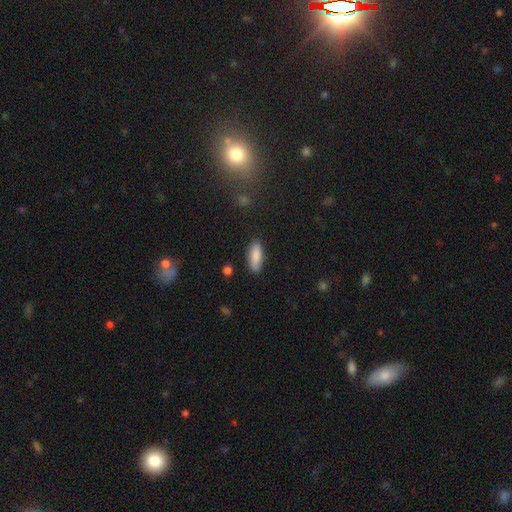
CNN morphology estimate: smooth 86%, featured or disk 8%, star or artifact 6%. Down the decision tree: how rounded — in between (68%); merging — none (85%).